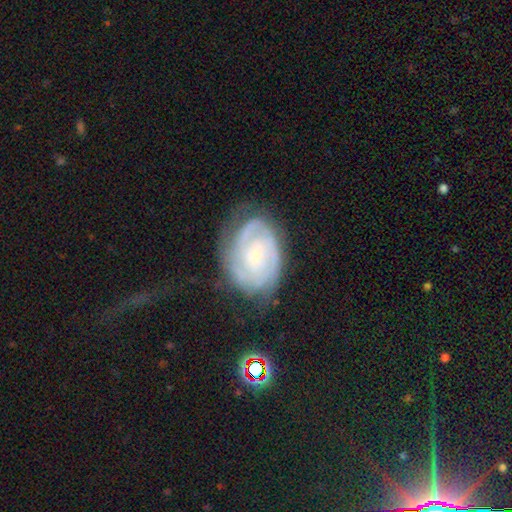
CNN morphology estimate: Q: Smooth or featured?
A: featured or disk (81%); runner-up: smooth (13%)
Q: Edge-on disk?
A: no (97%); runner-up: yes (3%)
Q: Bar?
A: no (63%); runner-up: weak (31%)
Q: Spiral arms?
A: yes (92%); runner-up: no (8%)
Q: Spiral winding?
A: tight (67%); runner-up: medium (26%)
Q: Spiral arm count?
A: can't tell (36%); runner-up: 2 (31%)
Q: Bulge size?
A: small (73%); runner-up: moderate (23%)
Q: Merging?
A: none (61%); runner-up: minor disturbance (24%)